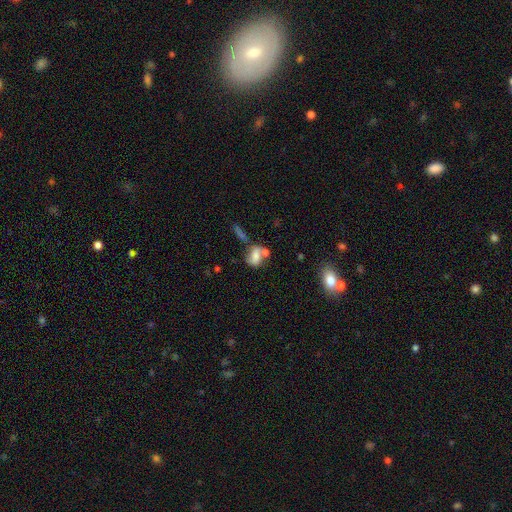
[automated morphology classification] Smooth or featured? Predicted: smooth (p=0.61). How rounded? Predicted: in between (p=0.75). Merging? Predicted: merger (p=0.43).